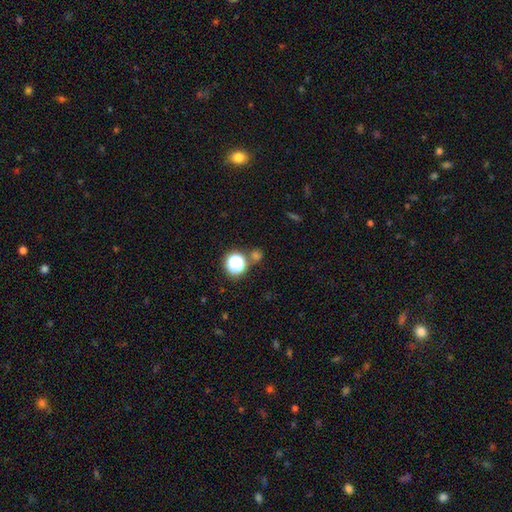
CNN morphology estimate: A smooth galaxy with no disk features (52%) that is round (85%). Merging: none (74%).